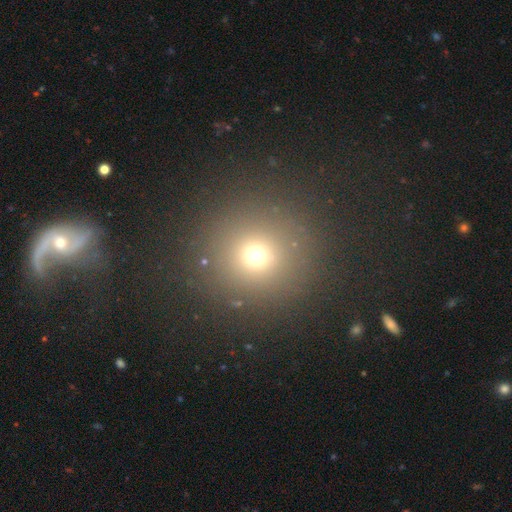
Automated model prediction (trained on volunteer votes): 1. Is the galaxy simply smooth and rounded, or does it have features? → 67% smooth, 23% star or artifact, 9% featured or disk.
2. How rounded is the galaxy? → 93% round, 6% in between, 1% cigar-shaped.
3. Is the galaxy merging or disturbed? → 87% none, 7% minor disturbance, 5% major disturbance, 2% merger.